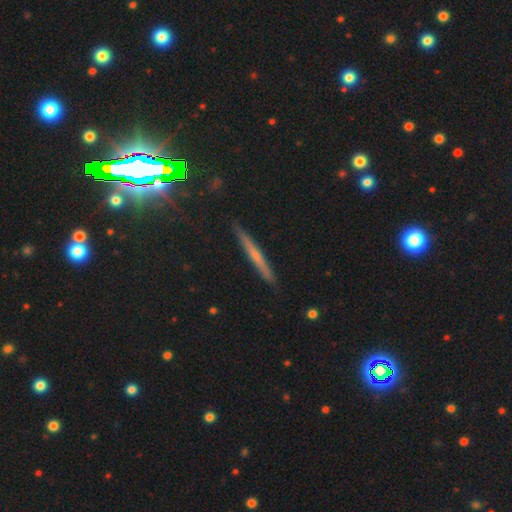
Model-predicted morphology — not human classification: Smooth or featured? Predicted: featured or disk (p=0.49). Merging? Predicted: none (p=0.90).